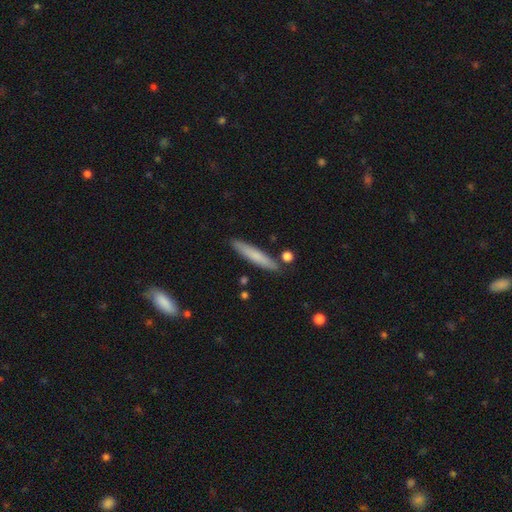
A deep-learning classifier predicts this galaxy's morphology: Smooth or featured? Predicted: smooth (p=0.73). How rounded? Predicted: cigar-shaped (p=0.92). Merging? Predicted: none (p=0.85).